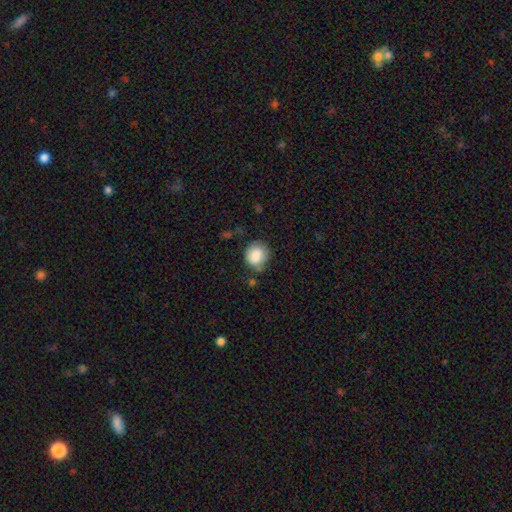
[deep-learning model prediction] smooth-or-featured: smooth: 86% | star or artifact: 8% | featured or disk: 7%
  how-rounded: round: 77% | in between: 22% | cigar-shaped: 1%
  merging: none: 68% | minor disturbance: 22% | major disturbance: 6% | merger: 5%